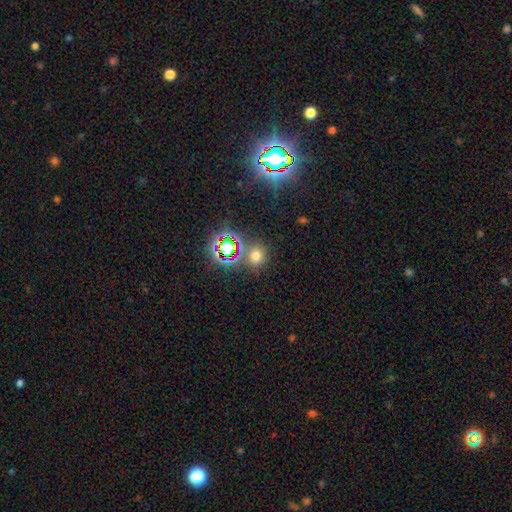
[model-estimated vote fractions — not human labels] The model was most divided on "smooth or featured": smooth: 61%, star or artifact: 32%, featured or disk: 7%. More confident: how rounded — round (82%); merging — none (76%).